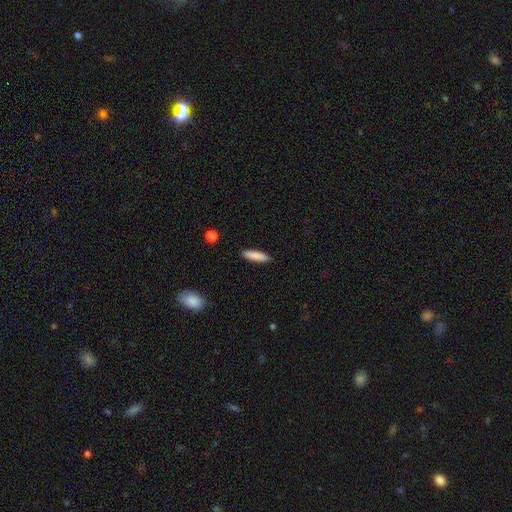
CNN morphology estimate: A smooth galaxy with no disk features (87%) that is cigar-shaped (68%). Merging: none (90%).